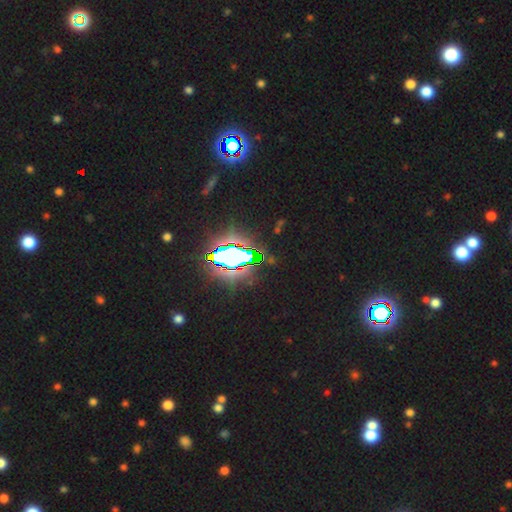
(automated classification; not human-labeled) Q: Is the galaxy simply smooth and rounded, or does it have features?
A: star or artifact — 80%.